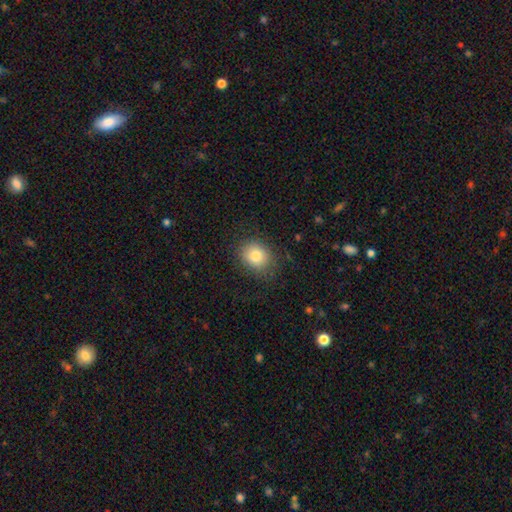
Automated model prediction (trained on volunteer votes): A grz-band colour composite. It shows a smooth galaxy with no disk features (82%) that is round (63%). Merging: none (80%).